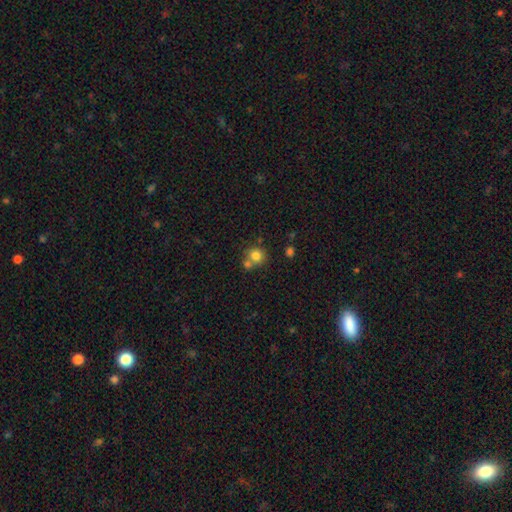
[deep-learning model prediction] This is likely a smooth galaxy (79%). How rounded: clearly round (86%). Merging: possibly none (56%).